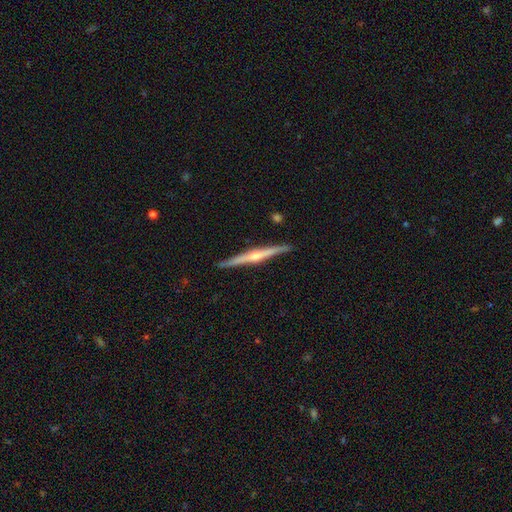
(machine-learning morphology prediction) The model was most divided on "smooth or featured": featured or disk: 78%, smooth: 17%, star or artifact: 5%. More confident: edge-on disk — yes (98%); merging — none (91%); edge-on bulge — rounded (84%).